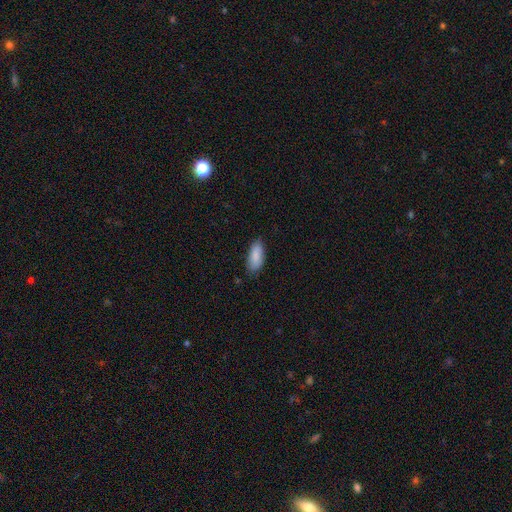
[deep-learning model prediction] The model was most divided on "merging": none: 79%, minor disturbance: 17%, major disturbance: 3%, merger: 1%. More confident: smooth or featured — smooth (88%); how rounded — in between (84%).